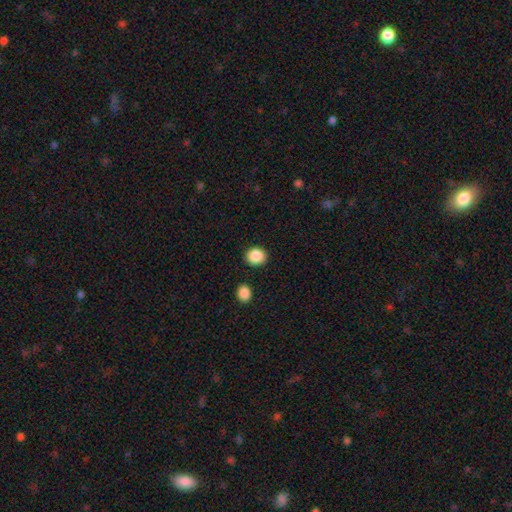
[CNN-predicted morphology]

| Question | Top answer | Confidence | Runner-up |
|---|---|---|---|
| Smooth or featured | smooth | 88% | star or artifact (8%) |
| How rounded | round | 76% | in between (23%) |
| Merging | none | 88% | minor disturbance (7%) |